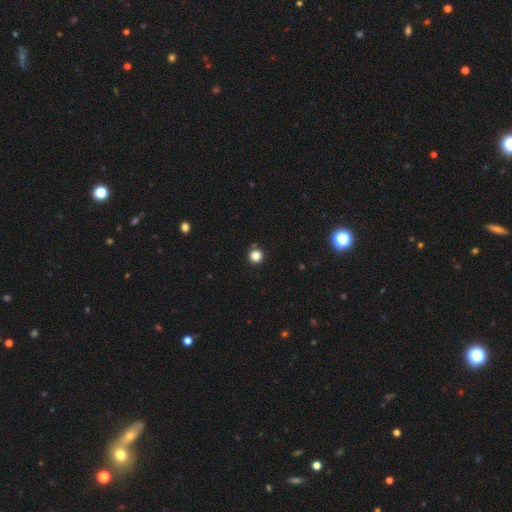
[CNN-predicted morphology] This appears to be a smooth galaxy with no disk features (83%) that is round (95%). Merging: none (88%).